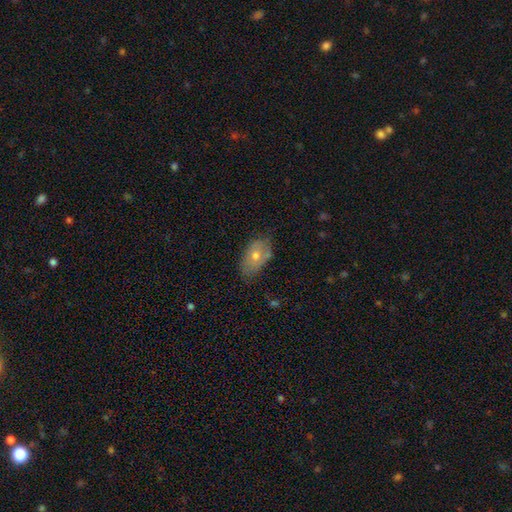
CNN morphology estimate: Overall: smooth (57%; featured or disk 33%). How rounded: in between (89%). Merging: none (66%).